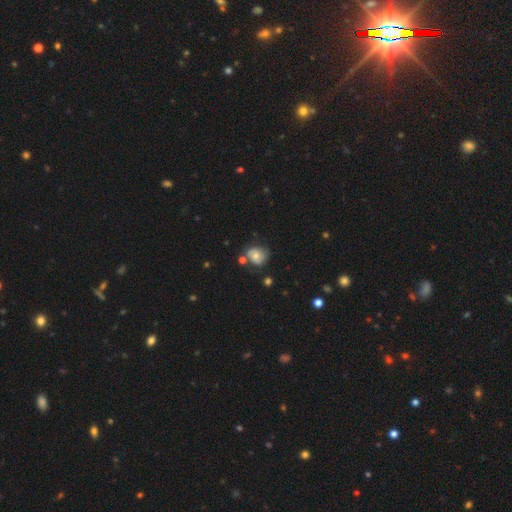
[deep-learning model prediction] smooth-or-featured: smooth: 53% | featured or disk: 37% | star or artifact: 10%
  how-rounded: round: 66% | in between: 33% | cigar-shaped: 1%
  merging: none: 58% | minor disturbance: 24% | merger: 10% | major disturbance: 8%